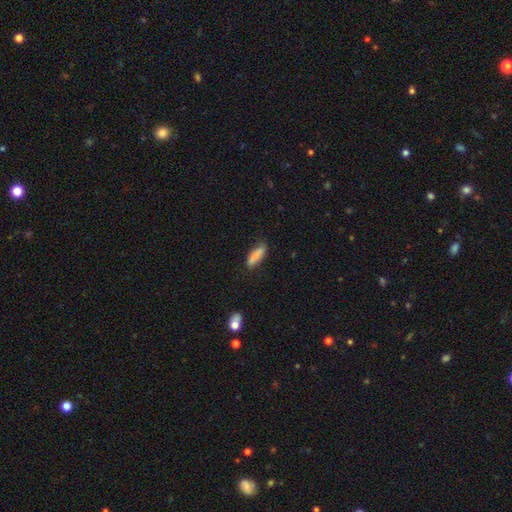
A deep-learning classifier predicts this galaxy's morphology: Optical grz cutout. It shows a smooth galaxy with no disk features (86%) that is cigar-shaped (51%). Merging: none (78%).